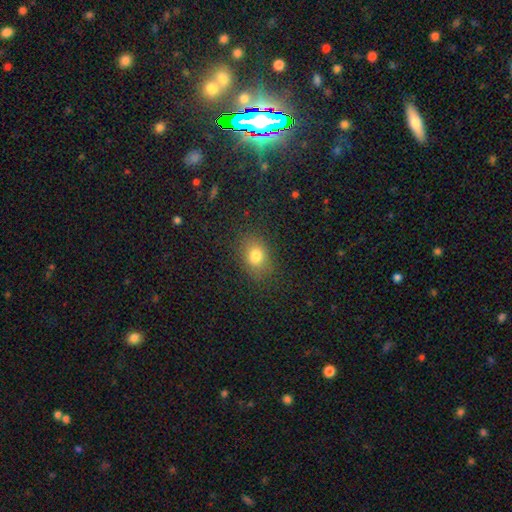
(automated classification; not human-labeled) This is likely a smooth galaxy (78%). How rounded: likely in between (65%). Merging: clearly none (82%).